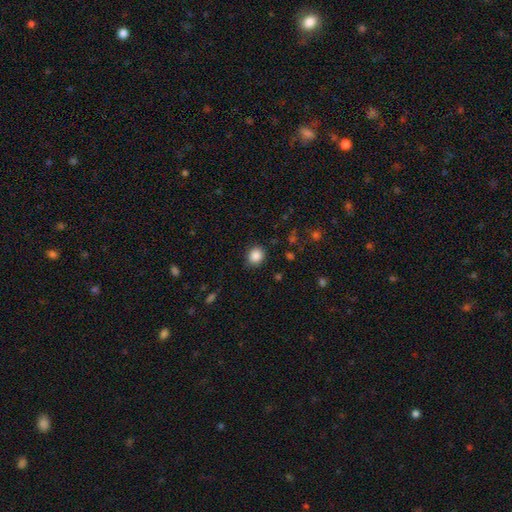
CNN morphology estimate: This appears to be a smooth galaxy with no disk features (87%) that is round (72%). Merging: none (87%).